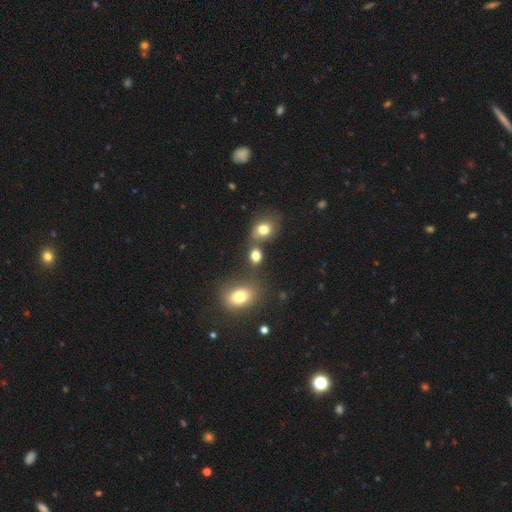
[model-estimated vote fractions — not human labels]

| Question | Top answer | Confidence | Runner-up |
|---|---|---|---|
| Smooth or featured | smooth | 78% | star or artifact (14%) |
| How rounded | in between | 52% | round (47%) |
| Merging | none | 56% | merger (27%) |